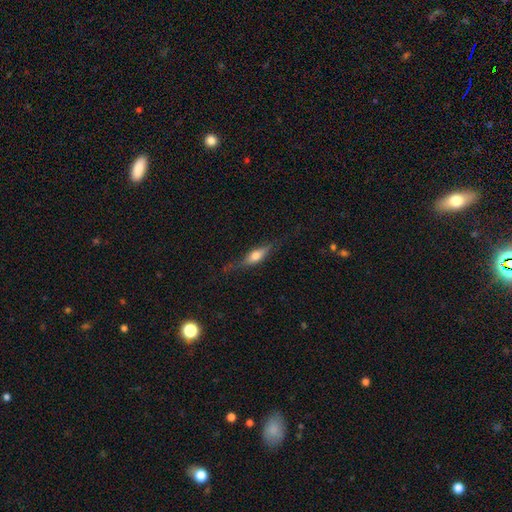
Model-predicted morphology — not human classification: smooth_or_featured: featured or disk (p=0.50) [alt: smooth p=0.43]
disk_edge_on: yes (p=0.91) [alt: no p=0.09]
merging: none (p=0.73) [alt: minor disturbance p=0.19]